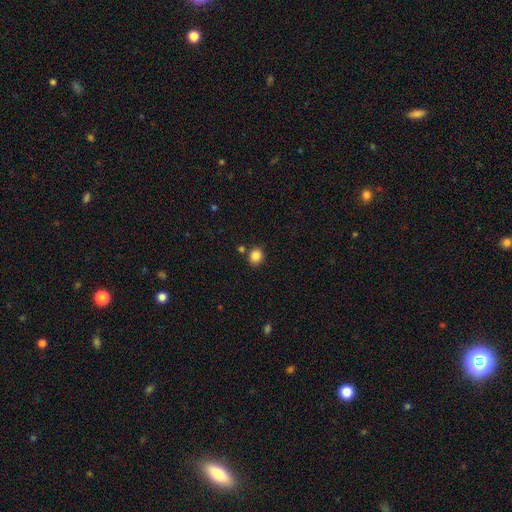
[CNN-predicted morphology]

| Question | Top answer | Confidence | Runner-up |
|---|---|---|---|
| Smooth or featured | smooth | 85% | star or artifact (11%) |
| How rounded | round | 69% | in between (30%) |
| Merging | none | 80% | minor disturbance (10%) |